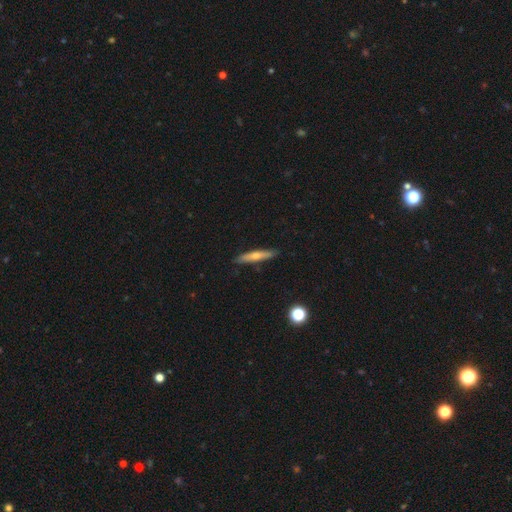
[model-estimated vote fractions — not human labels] A smooth galaxy with no disk features (49%).

Vote fractions:
- Smooth or featured? smooth: 49% / featured or disk: 44% / star or artifact: 7%
- Merging? none: 89% / minor disturbance: 9% / major disturbance: 2% / merger: 1%